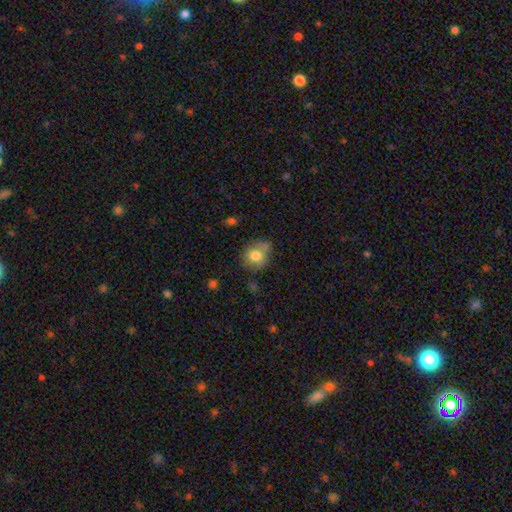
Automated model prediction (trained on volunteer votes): smooth-or-featured: smooth: 78% | featured or disk: 13% | star or artifact: 9%
  how-rounded: round: 74% | in between: 25% | cigar-shaped: 1%
  merging: none: 60% | minor disturbance: 24% | merger: 9% | major disturbance: 7%